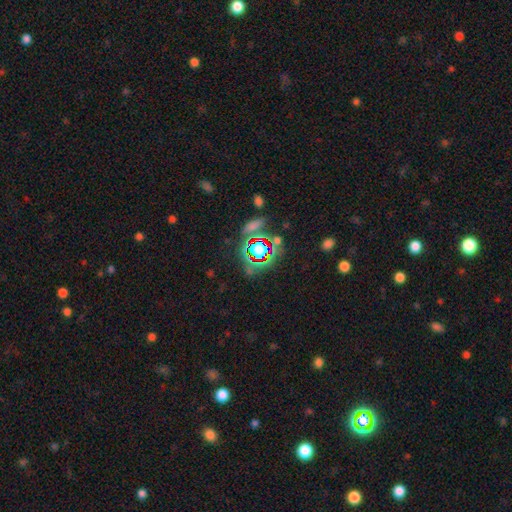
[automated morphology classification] This is likely a star or artifact rather than a galaxy (77%).